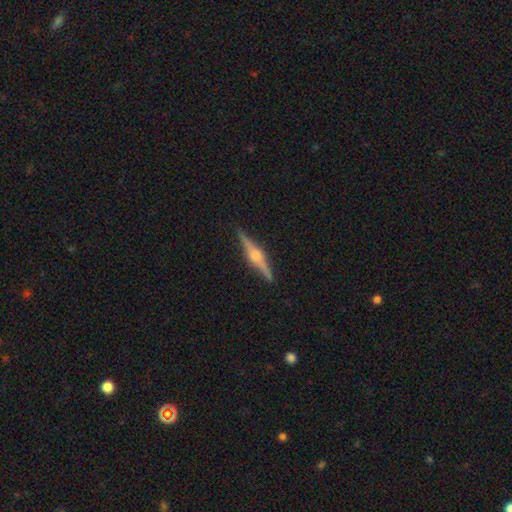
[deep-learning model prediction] A featured or disk galaxy (83%) viewed edge-on (98%) with a rounded central bulge (90%). Merging: none (91%).